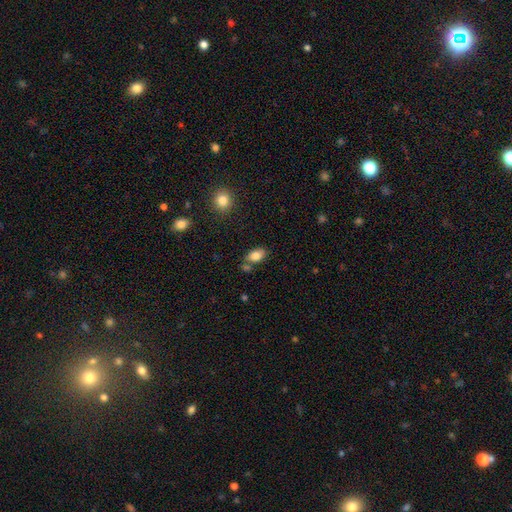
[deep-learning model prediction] The model was most divided on "merging": none: 68%, minor disturbance: 15%, merger: 13%, major disturbance: 4%. More confident: how rounded — in between (88%); smooth or featured — smooth (83%).